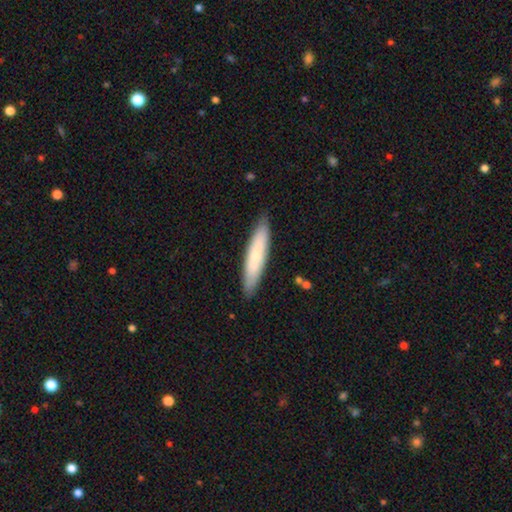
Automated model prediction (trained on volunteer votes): Overall: smooth (67%). How rounded: cigar-shaped (85%). Merging: none (88%).